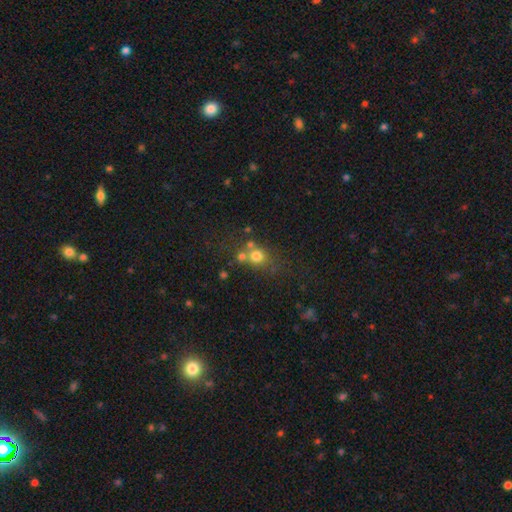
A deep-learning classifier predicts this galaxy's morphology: The model was most divided on "merging": none: 48%, merger: 35%, minor disturbance: 11%, major disturbance: 6%. More confident: how rounded — round (77%); smooth or featured — smooth (70%).